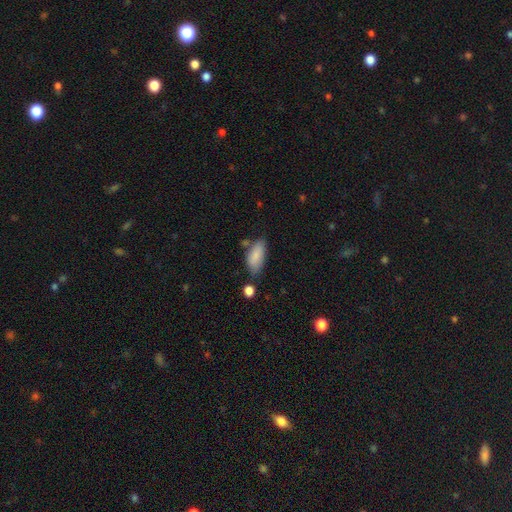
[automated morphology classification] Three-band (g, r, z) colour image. It shows a smooth galaxy with no disk features (84%) that is in between round and cigar-shaped (86%). Merging: none (64%).